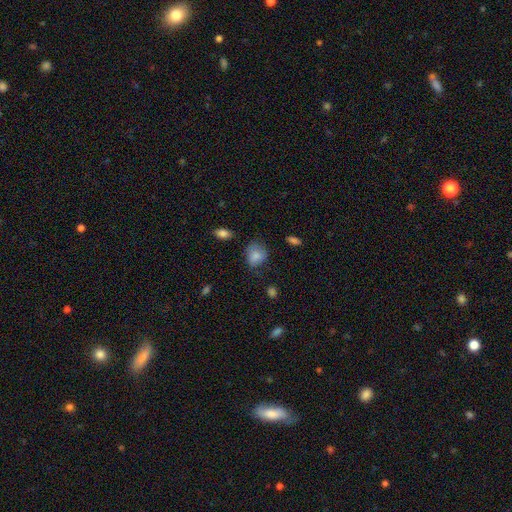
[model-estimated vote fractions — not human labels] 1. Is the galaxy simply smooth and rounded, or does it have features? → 82% smooth, 9% star or artifact, 9% featured or disk.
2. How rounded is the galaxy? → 56% round, 43% in between, 1% cigar-shaped.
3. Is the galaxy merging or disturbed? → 56% none, 32% minor disturbance, 10% major disturbance, 2% merger.